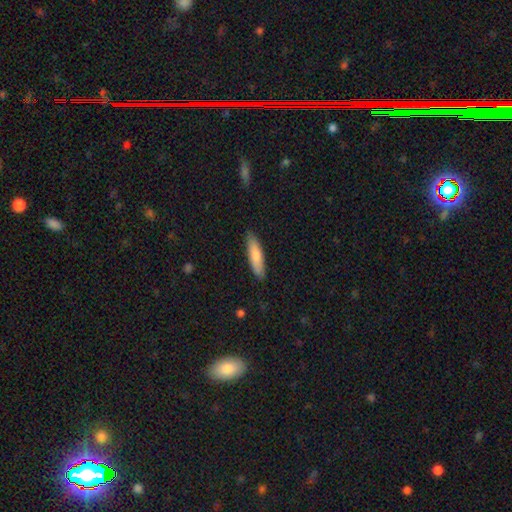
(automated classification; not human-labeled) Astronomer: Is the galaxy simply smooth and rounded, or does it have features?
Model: smooth — 81%.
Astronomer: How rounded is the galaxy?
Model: cigar-shaped — 68%.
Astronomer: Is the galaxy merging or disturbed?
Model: none — 87%.